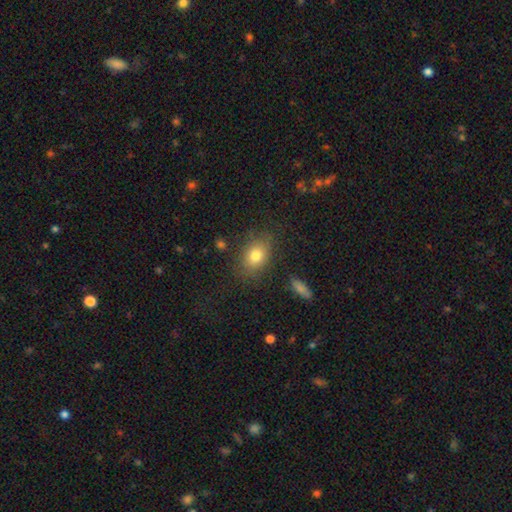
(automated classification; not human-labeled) Q: Smooth or featured?
A: smooth (78%); runner-up: featured or disk (12%)
Q: How rounded?
A: in between (71%); runner-up: round (28%)
Q: Merging?
A: none (78%); runner-up: minor disturbance (14%)